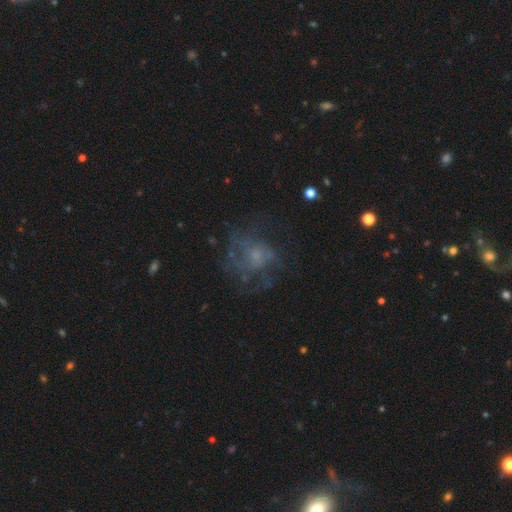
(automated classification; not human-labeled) Smooth or featured? Predicted: featured or disk (p=0.55). Edge-on disk? Predicted: no (p=0.97). Bar? Predicted: no (p=0.82). Spiral arms? Predicted: yes (p=0.54). Bulge size? Predicted: small (p=0.47). Merging? Predicted: none (p=0.58).